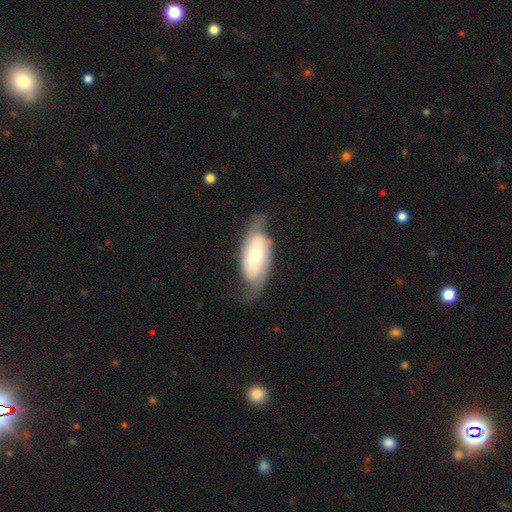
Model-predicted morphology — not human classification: featured or disk 59%, smooth 35%, star or artifact 6%. Down the decision tree: edge-on disk — no (89%); bar — no (66%); spiral arms — yes (79%); bulge size — small (56%); merging — none (60%).